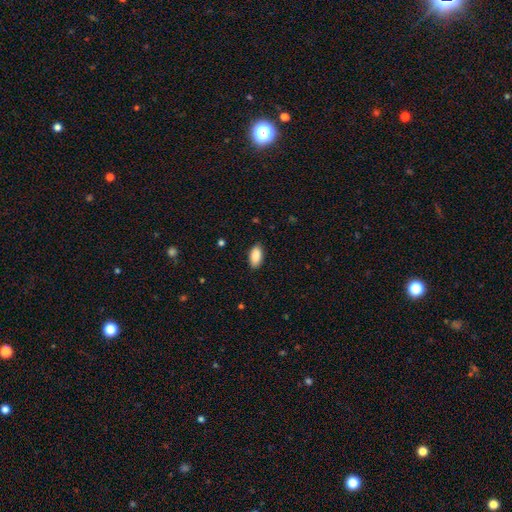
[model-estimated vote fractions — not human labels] This is clearly a smooth galaxy (90%). How rounded: clearly in between (93%). Merging: clearly none (87%).